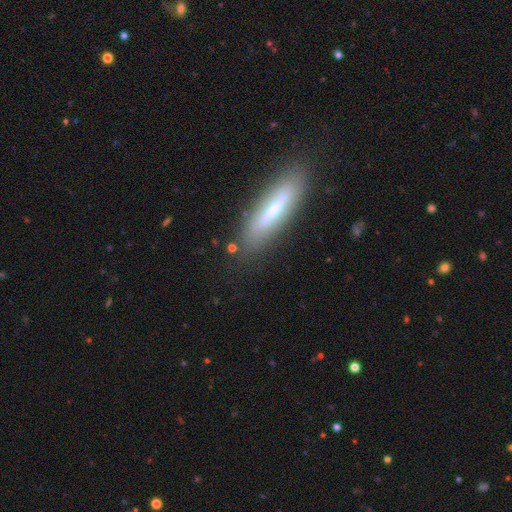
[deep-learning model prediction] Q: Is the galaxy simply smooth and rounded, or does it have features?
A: smooth — 50%.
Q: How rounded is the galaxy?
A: cigar-shaped — 77%.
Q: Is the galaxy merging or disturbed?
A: none — 84%.